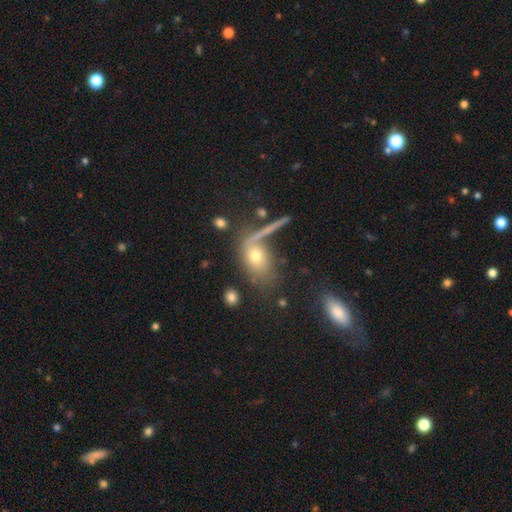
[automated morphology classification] smooth-or-featured: smooth: 65% | featured or disk: 23% | star or artifact: 12%
  how-rounded: in between: 72% | round: 23% | cigar-shaped: 6%
  merging: none: 49% | merger: 19% | minor disturbance: 16% | major disturbance: 15%